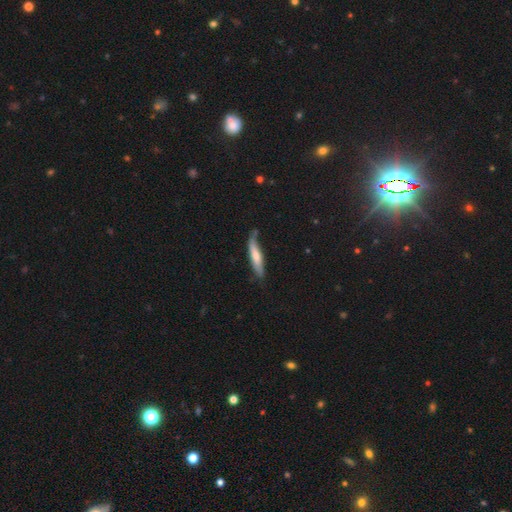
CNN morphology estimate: type=smooth (61%); roundness=cigar-shaped (84%); merging=none (63%).